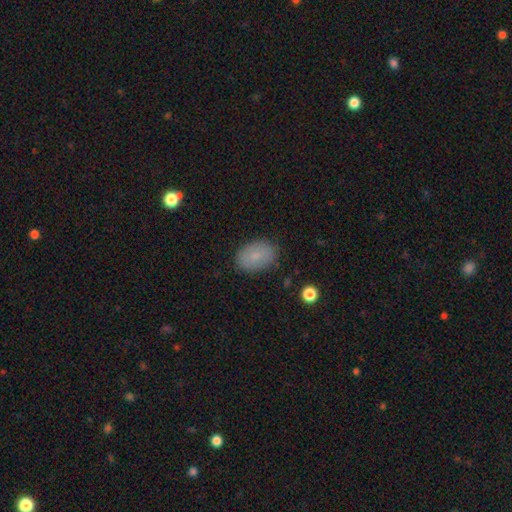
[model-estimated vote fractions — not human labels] smooth_or_featured: smooth (p=0.81) [alt: featured or disk p=0.11]
how_rounded: in between (p=0.86) [alt: round p=0.13]
merging: none (p=0.84) [alt: minor disturbance p=0.12]